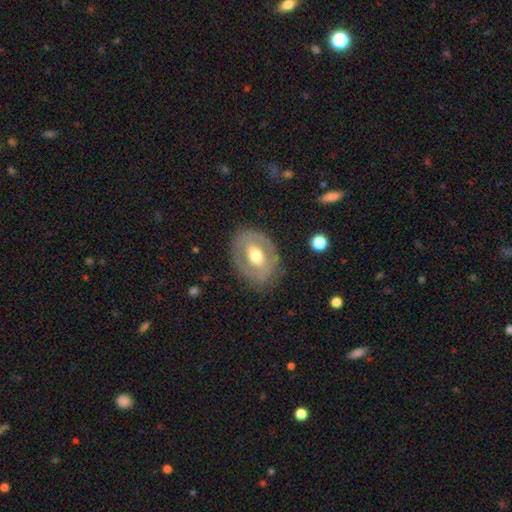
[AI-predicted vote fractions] This appears to be a featured or disk galaxy (55%) with no bar (48%), no spiral arms (80%) and a moderate central bulge (68%). Merging: none (76%).